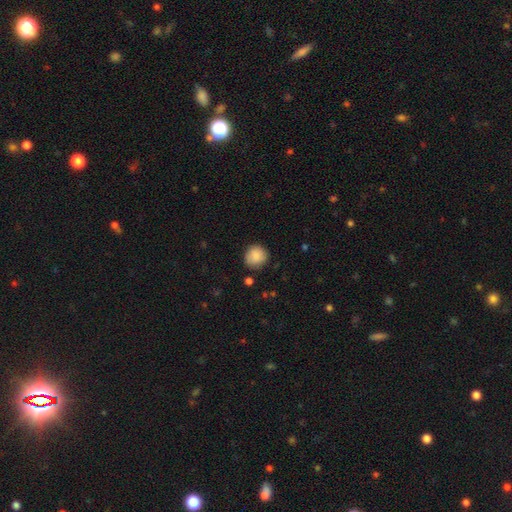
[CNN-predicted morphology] Smooth or featured? Predicted: smooth (p=0.88). How rounded? Predicted: round (p=0.87). Merging? Predicted: none (p=0.83).